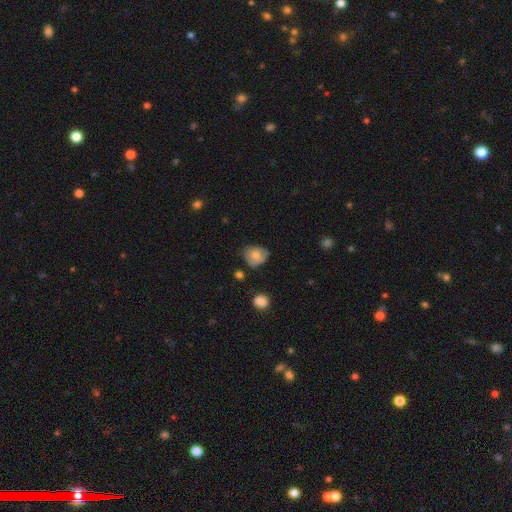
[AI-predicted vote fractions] The model was most divided on "merging": none: 53%, minor disturbance: 33%, major disturbance: 10%, merger: 3%. More confident: smooth or featured — smooth (68%); how rounded — round (60%).